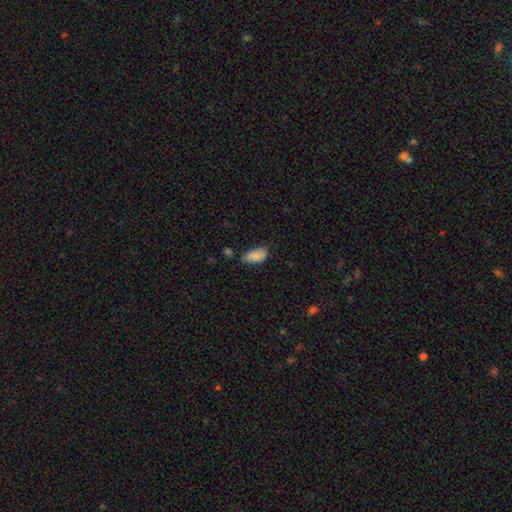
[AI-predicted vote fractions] smooth-or-featured: smooth: 84% | featured or disk: 9% | star or artifact: 7%
  how-rounded: in between: 92% | cigar-shaped: 5% | round: 3%
  merging: none: 59% | minor disturbance: 31% | major disturbance: 6% | merger: 4%